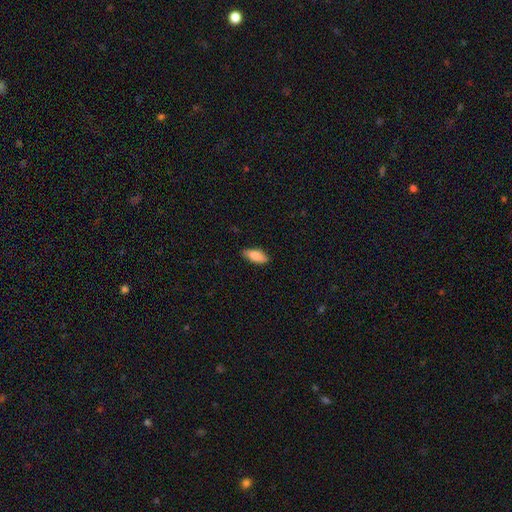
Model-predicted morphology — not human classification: This appears to be a smooth galaxy with no disk features (84%) that is in between round and cigar-shaped (79%). Merging: none (85%).